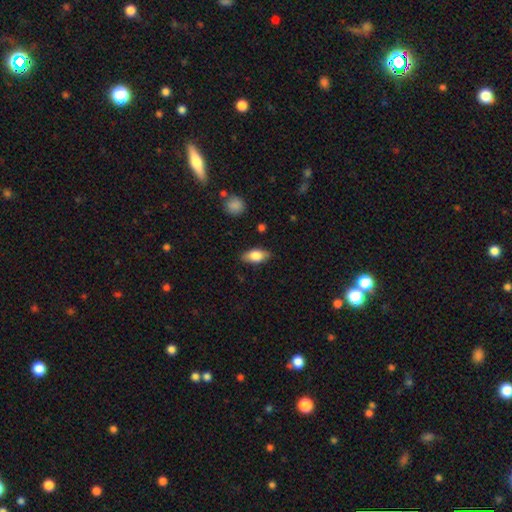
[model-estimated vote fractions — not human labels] A smooth galaxy with no disk features (76%) that is in between round and cigar-shaped (87%). Merging: none (84%).